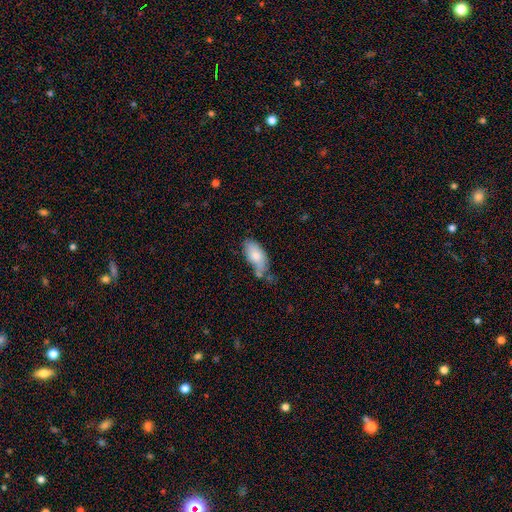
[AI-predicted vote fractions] Q: Smooth or featured?
A: smooth (78%); runner-up: featured or disk (16%)
Q: How rounded?
A: in between (91%); runner-up: cigar-shaped (6%)
Q: Merging?
A: none (45%); runner-up: minor disturbance (32%)